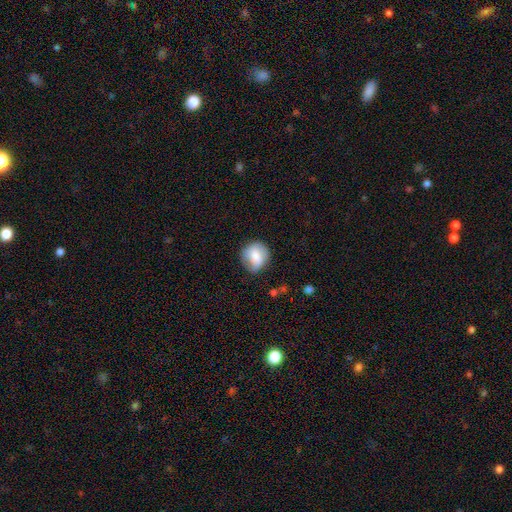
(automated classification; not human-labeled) smooth_or_featured: smooth (p=0.72) [alt: featured or disk p=0.20]
how_rounded: round (p=0.80) [alt: in between p=0.19]
merging: none (p=0.72) [alt: minor disturbance p=0.20]